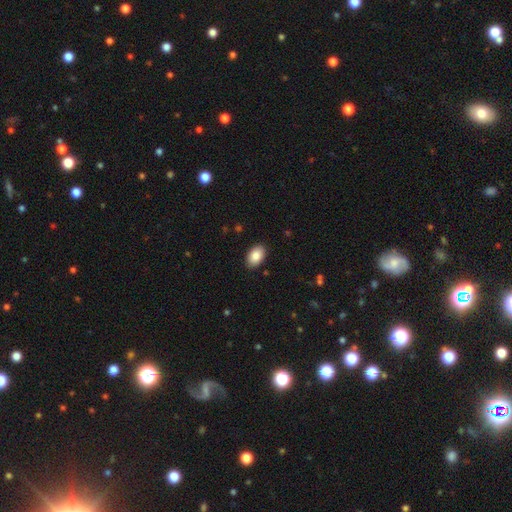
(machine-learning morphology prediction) Overall: smooth (88%). How rounded: in between (92%). Merging: none (89%).